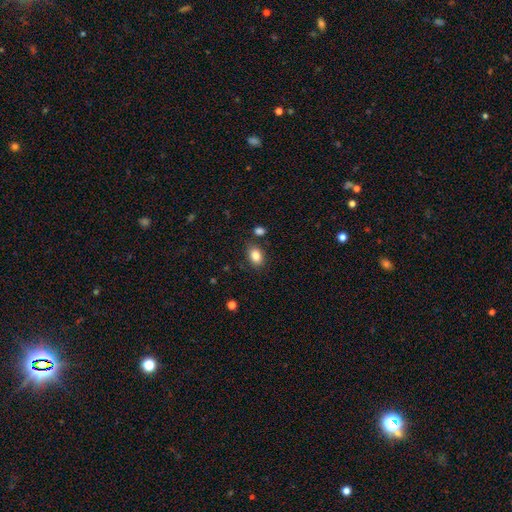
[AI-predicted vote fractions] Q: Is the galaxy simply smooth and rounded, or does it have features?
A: smooth — 85%.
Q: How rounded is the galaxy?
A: in between — 79%.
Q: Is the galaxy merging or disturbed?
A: none — 80%.